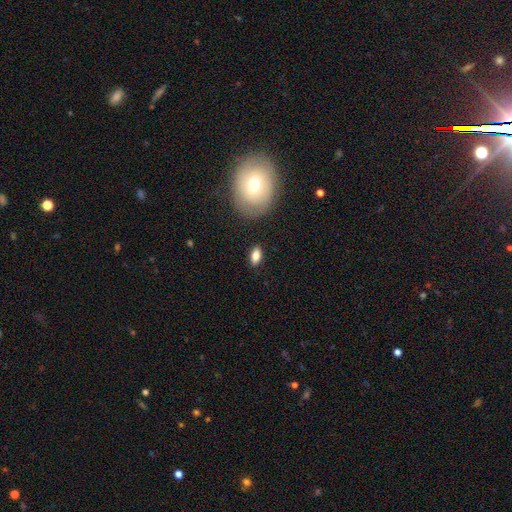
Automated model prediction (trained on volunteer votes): A smooth galaxy with no disk features (83%) that is in between round and cigar-shaped (86%).

Vote fractions:
- Smooth or featured? smooth: 83% / featured or disk: 9% / star or artifact: 8%
- How rounded? in between: 86% / cigar-shaped: 8% / round: 6%
- Merging? none: 86% / minor disturbance: 10% / major disturbance: 3% / merger: 2%